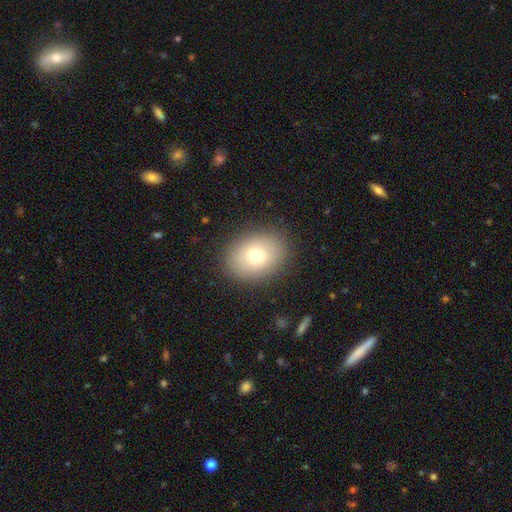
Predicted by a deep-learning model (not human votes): Smooth or featured? Predicted: smooth (p=0.74). How rounded? Predicted: in between (p=0.61). Merging? Predicted: none (p=0.87).